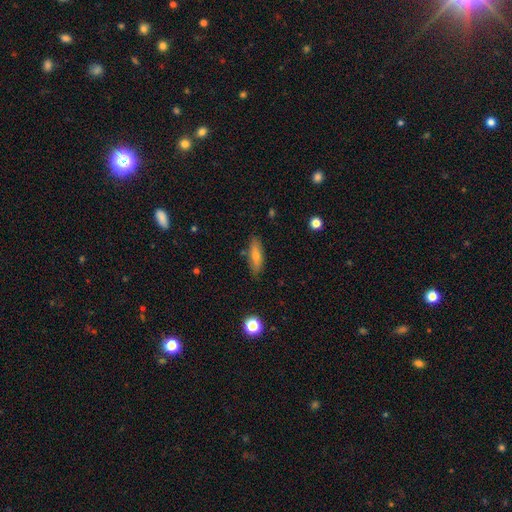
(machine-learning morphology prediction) A smooth galaxy with no disk features (62%) that is cigar-shaped (52%). Merging: none (84%).